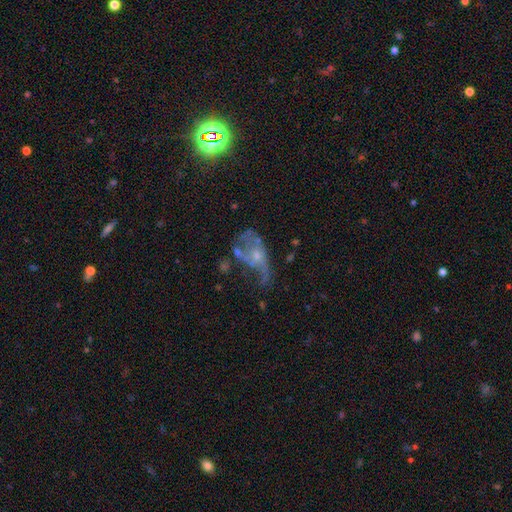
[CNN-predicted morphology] This appears to be a featured or disk galaxy (66%) with no bar (81%), no spiral arms (58%) and a small central bulge (52%). Merging: major disturbance (42%).